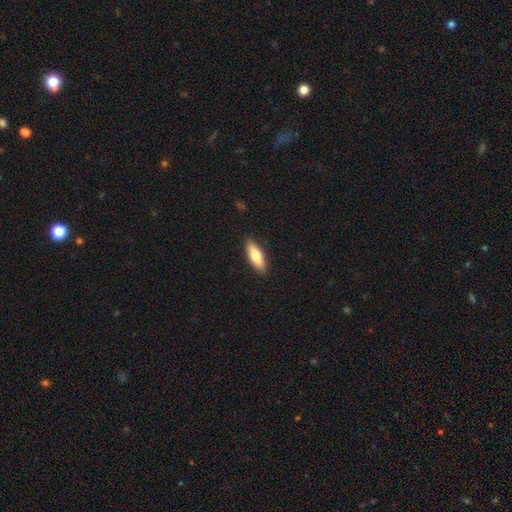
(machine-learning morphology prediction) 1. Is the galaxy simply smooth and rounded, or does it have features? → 66% smooth, 29% featured or disk, 5% star or artifact.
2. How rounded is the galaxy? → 54% in between, 44% cigar-shaped, 2% round.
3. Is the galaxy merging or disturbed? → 90% none, 7% minor disturbance, 2% major disturbance, 1% merger.